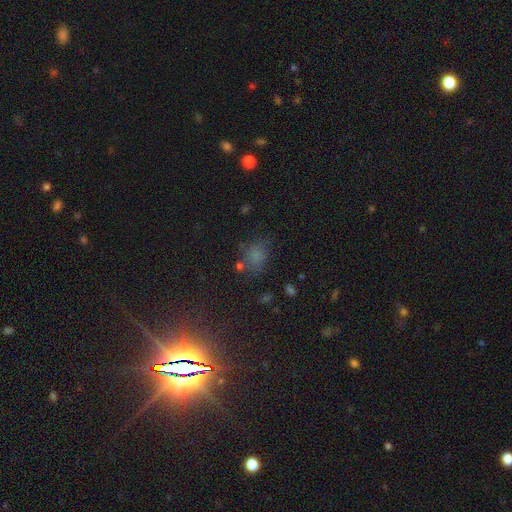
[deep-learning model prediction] smooth 64%, star or artifact 27%, featured or disk 9%. Down the decision tree: how rounded — in between (55%); merging — none (63%).